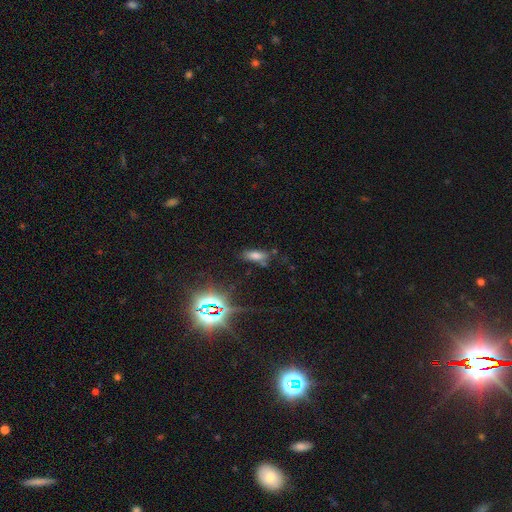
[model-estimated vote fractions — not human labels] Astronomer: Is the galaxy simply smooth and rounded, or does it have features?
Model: smooth — 59%.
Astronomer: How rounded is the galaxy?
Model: in between — 66%.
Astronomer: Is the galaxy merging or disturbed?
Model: none — 71%.